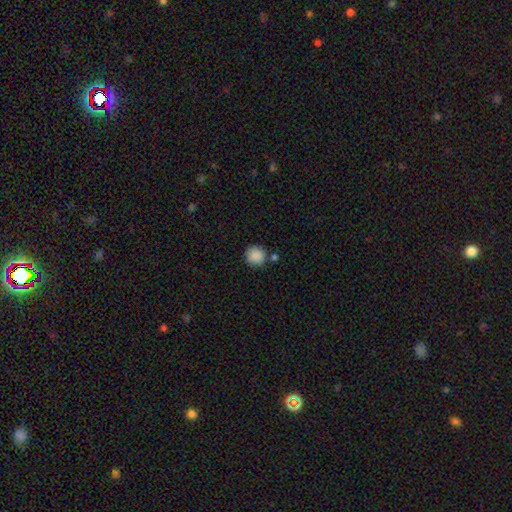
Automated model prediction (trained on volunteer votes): Q: Smooth or featured?
A: smooth (88%); runner-up: star or artifact (9%)
Q: How rounded?
A: round (93%); runner-up: in between (6%)
Q: Merging?
A: none (80%); runner-up: minor disturbance (9%)